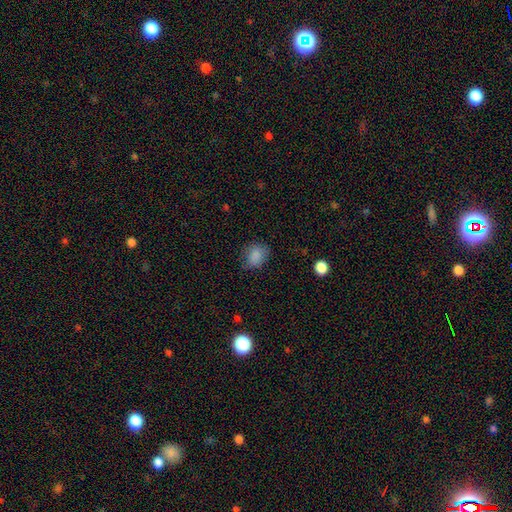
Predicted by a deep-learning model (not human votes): This is clearly a smooth galaxy (85%). How rounded: possibly round (50%). Merging: likely none (71%).